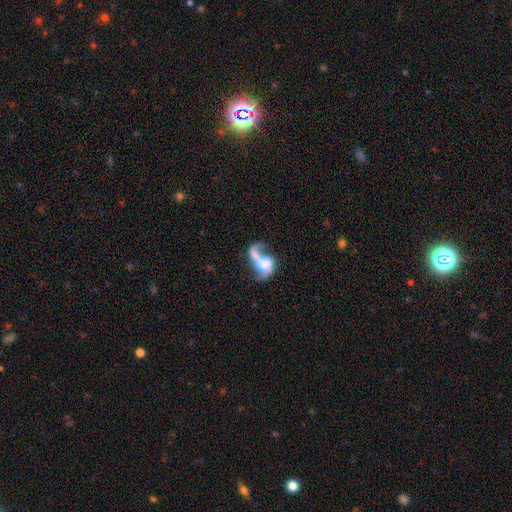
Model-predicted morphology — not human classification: type=featured or disk (56%); edge-on=no (96%); bar=no (69%); spiral arms=yes (57%); bulge=large (31%, tied with moderate); merging=merger (56%).